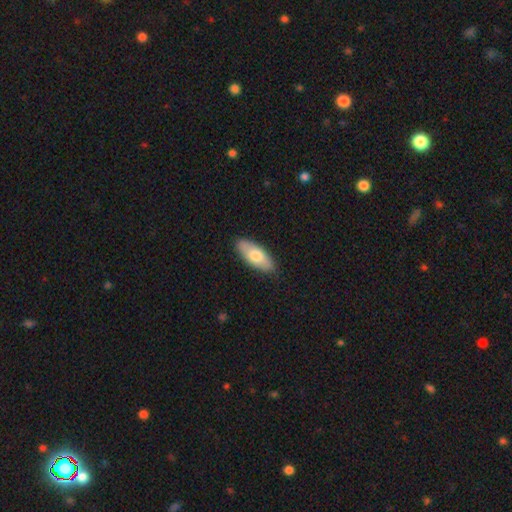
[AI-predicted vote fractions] A smooth galaxy with no disk features (72%) that is in between round and cigar-shaped (78%).

Vote fractions:
- Smooth or featured? smooth: 72% / featured or disk: 23% / star or artifact: 5%
- How rounded? in between: 78% / cigar-shaped: 19% / round: 2%
- Merging? none: 86% / minor disturbance: 10% / major disturbance: 2% / merger: 1%